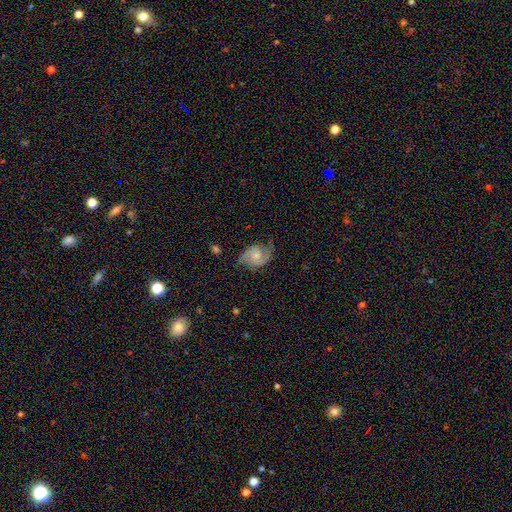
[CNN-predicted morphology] This is likely a featured or disk galaxy (72%). It is clearly not viewed edge-on (97%). Bar: likely no (65%). Spiral arm pattern: clearly yes (93%). Spiral arm count: clearly 2 (82%). Spiral winding: possibly medium (45%). Central bulge: marginally small (44%). Merging: likely none (62%).